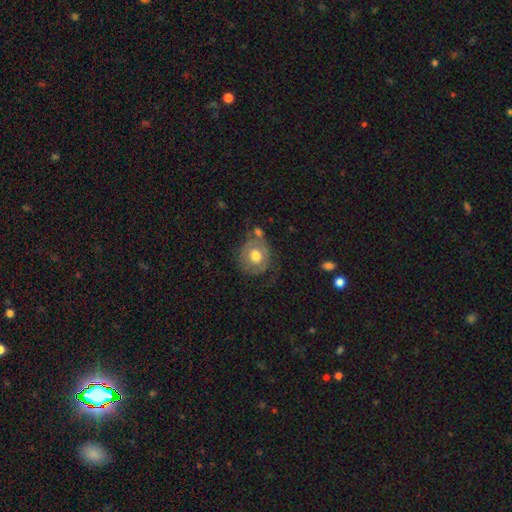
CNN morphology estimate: The model was most divided on "smooth or featured": smooth: 53%, featured or disk: 40%, star or artifact: 7%. More confident: how rounded — round (75%); merging — none (51%).